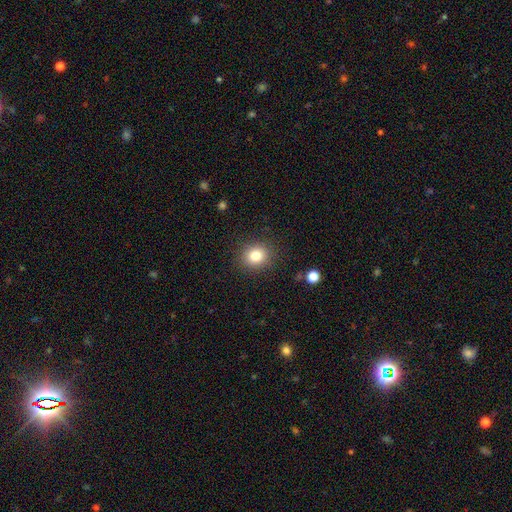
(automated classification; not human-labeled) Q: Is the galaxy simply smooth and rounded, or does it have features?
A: smooth — 81%.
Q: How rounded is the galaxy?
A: round — 79%.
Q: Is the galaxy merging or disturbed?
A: none — 88%.